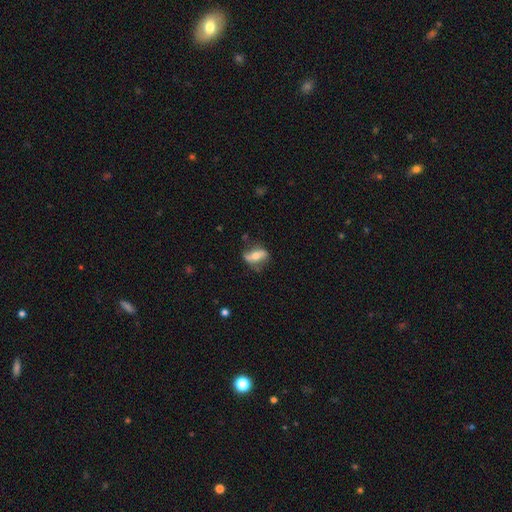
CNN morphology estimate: Smooth or featured?
  - featured or disk: 56% *
  - smooth: 36%
  - star or artifact: 8%
Edge-on disk?
  - no: 69% *
  - yes: 31%
Merging?
  - none: 66% *
  - minor disturbance: 22%
  - major disturbance: 8%
  - merger: 3%